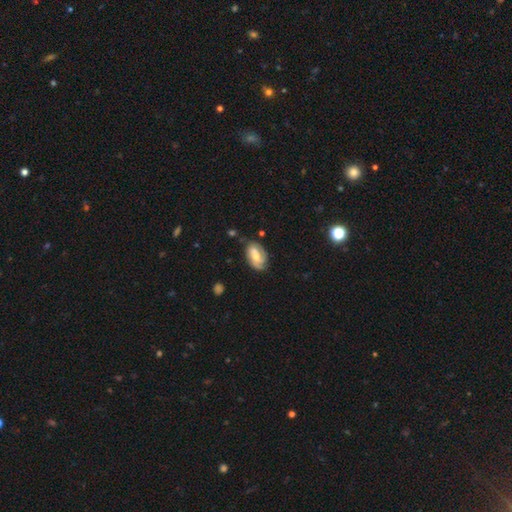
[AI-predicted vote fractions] A featured or disk galaxy (69%) with a weak bar (43%), 2 (50%) tight (43%) spiral arms (90%) and a moderate central bulge (62%). Merging: none (66%).